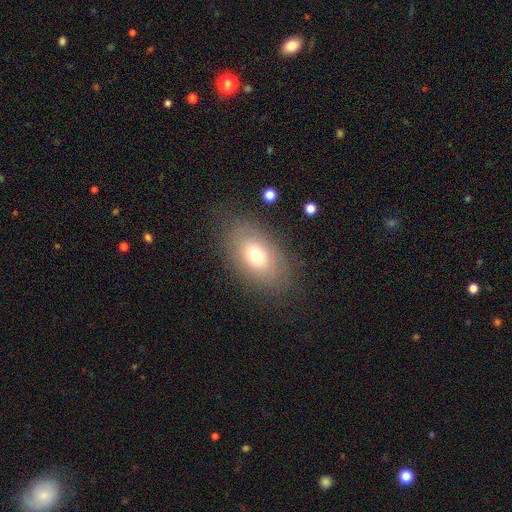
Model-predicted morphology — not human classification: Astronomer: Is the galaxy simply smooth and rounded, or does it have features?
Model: smooth — 64%.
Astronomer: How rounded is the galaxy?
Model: in between — 87%.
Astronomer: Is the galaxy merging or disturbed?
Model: none — 78%.